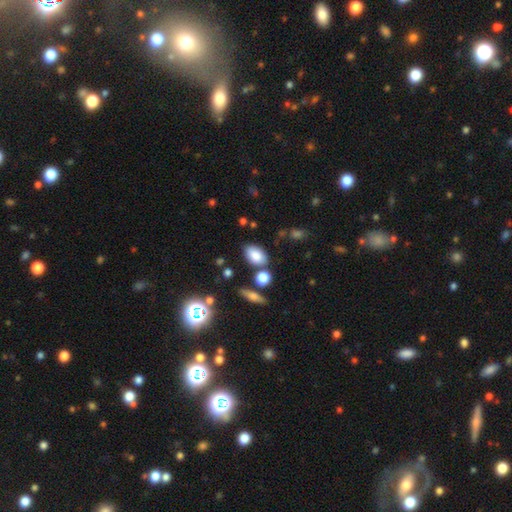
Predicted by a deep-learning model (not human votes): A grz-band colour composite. It shows a smooth galaxy with no disk features (82%) that is in between round and cigar-shaped (90%). Merging: none (74%).